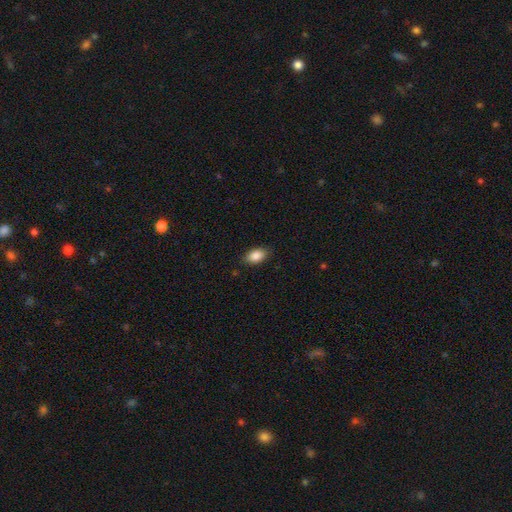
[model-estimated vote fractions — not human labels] This appears to be a smooth galaxy with no disk features (88%) that is in between round and cigar-shaped (91%). Merging: none (86%).